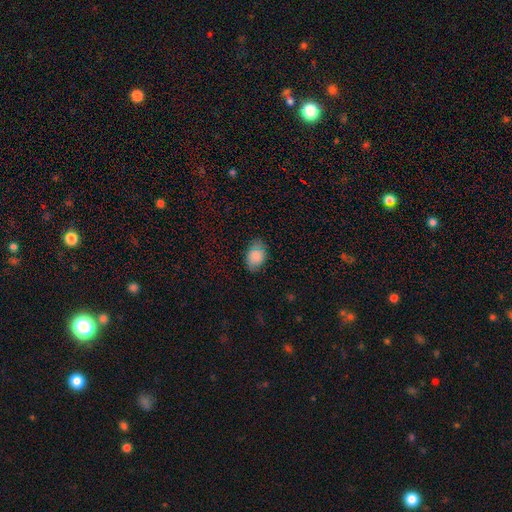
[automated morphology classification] Q: Smooth or featured?
A: smooth (83%); runner-up: star or artifact (10%)
Q: How rounded?
A: in between (85%); runner-up: round (14%)
Q: Merging?
A: none (76%); runner-up: minor disturbance (18%)